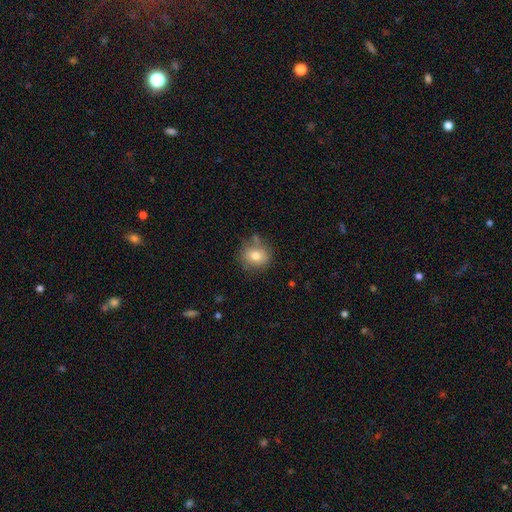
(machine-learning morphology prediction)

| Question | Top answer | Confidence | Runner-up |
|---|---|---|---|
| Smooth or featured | smooth | 78% | featured or disk (12%) |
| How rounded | round | 76% | in between (23%) |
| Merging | none | 72% | minor disturbance (17%) |